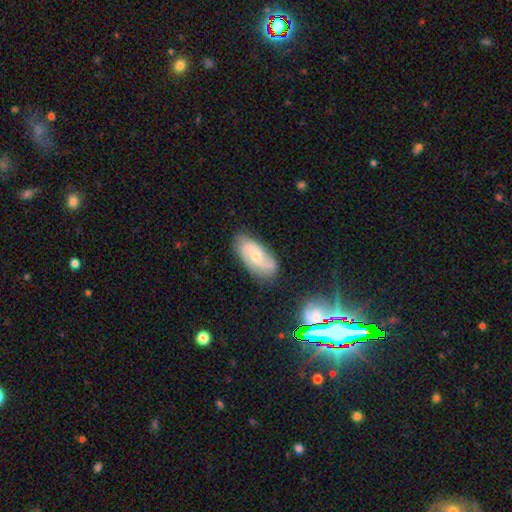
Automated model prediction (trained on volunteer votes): A featured or disk galaxy (72%) with no bar (63%), 2 (66%) medium (45%) spiral arms (92%) and a small central bulge (60%). Merging: none (71%).